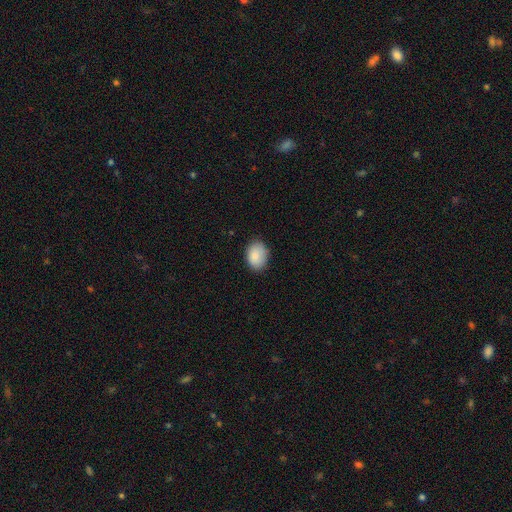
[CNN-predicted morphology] type=smooth (88%); roundness=in between (78%); merging=none (81%).